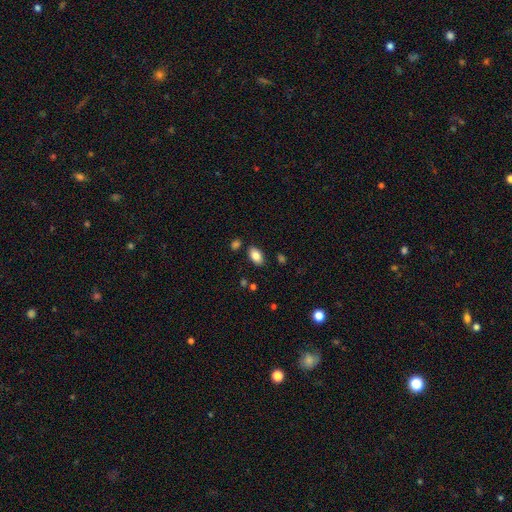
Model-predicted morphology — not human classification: This is clearly a smooth galaxy (84%). How rounded: clearly in between (93%). Merging: clearly none (84%).